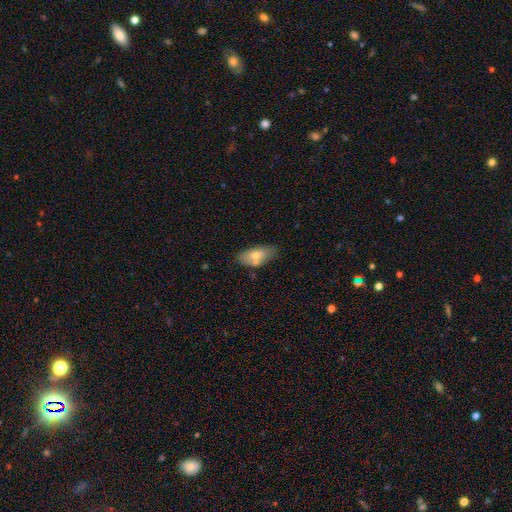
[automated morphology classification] Smooth or featured? Predicted: smooth (p=0.69). How rounded? Predicted: in between (p=0.86). Merging? Predicted: none (p=0.68).